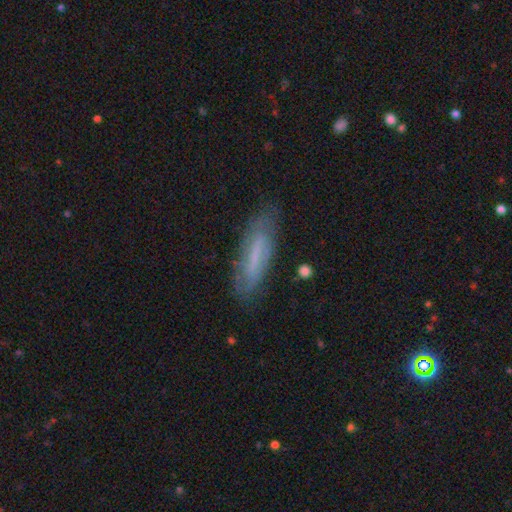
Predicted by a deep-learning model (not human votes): This appears to be a featured or disk galaxy (47%). Merging: none (77%).